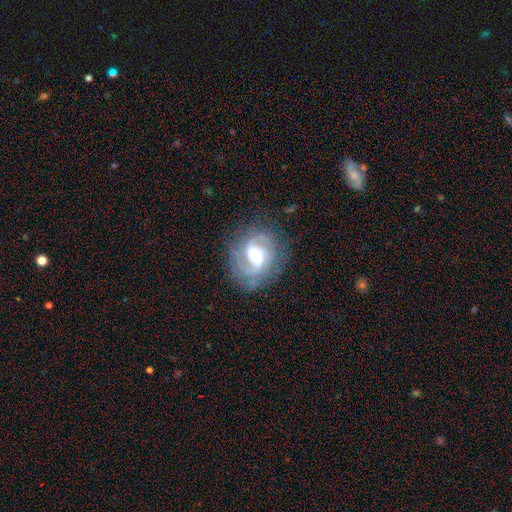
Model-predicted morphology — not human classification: The model was most divided on "bulge size": moderate: 49%, small: 45%, large: 4%, none: 1%, dominant: 1%. Remaining: edge-on disk — no (98%); spiral arms — yes (97%); smooth or featured — featured or disk (88%); merging — none (76%); spiral arm count — 2 (65%); bar — weak (48%); spiral winding — medium (48%).